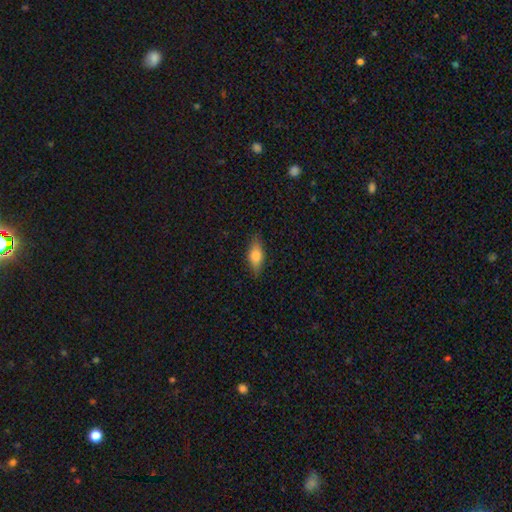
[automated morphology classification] A smooth galaxy with no disk features (72%) that is in between round and cigar-shaped (80%).

Vote fractions:
- Smooth or featured? smooth: 72% / featured or disk: 20% / star or artifact: 7%
- How rounded? in between: 80% / cigar-shaped: 16% / round: 4%
- Merging? none: 80% / minor disturbance: 16% / major disturbance: 3% / merger: 1%